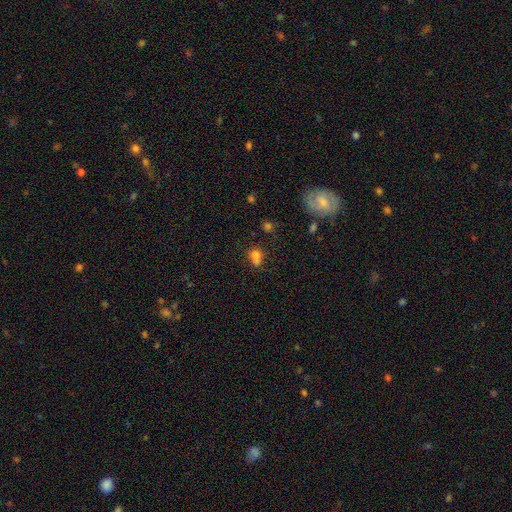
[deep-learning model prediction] Q: Smooth or featured?
A: smooth (72%); runner-up: star or artifact (16%)
Q: How rounded?
A: round (56%); runner-up: in between (42%)
Q: Merging?
A: merger (38%); runner-up: none (36%)